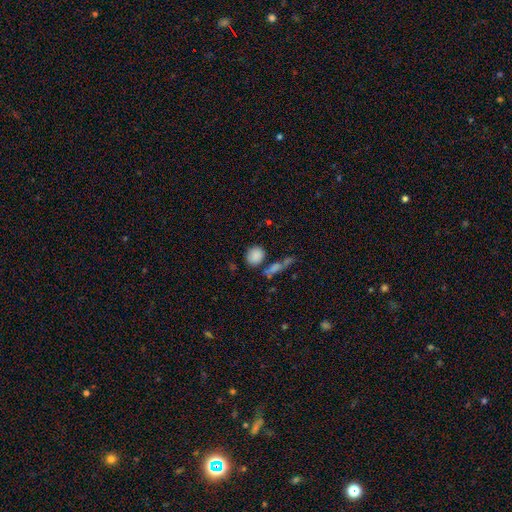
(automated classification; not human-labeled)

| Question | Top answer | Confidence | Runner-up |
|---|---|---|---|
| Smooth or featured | smooth | 85% | star or artifact (10%) |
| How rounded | round | 61% | in between (37%) |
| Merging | none | 66% | merger (15%) |